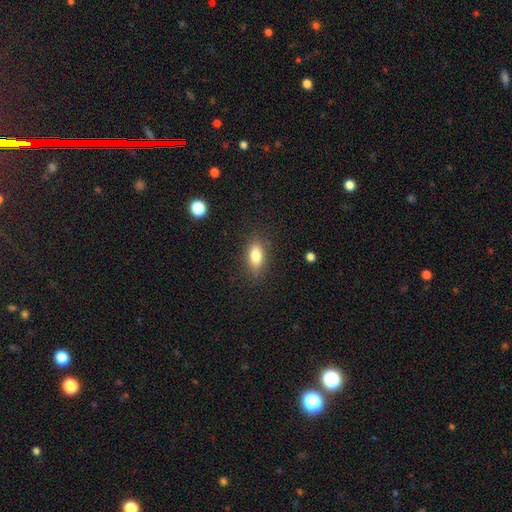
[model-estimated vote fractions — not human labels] Q: Smooth or featured?
A: smooth (79%); runner-up: featured or disk (12%)
Q: How rounded?
A: in between (81%); runner-up: cigar-shaped (13%)
Q: Merging?
A: none (84%); runner-up: minor disturbance (12%)